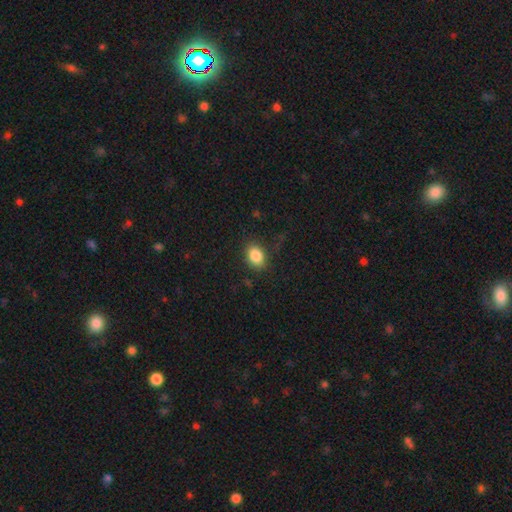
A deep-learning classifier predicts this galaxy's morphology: smooth_or_featured: smooth (p=0.86) [alt: star or artifact p=0.09]
how_rounded: in between (p=0.72) [alt: round p=0.27]
merging: none (p=0.82) [alt: minor disturbance p=0.12]